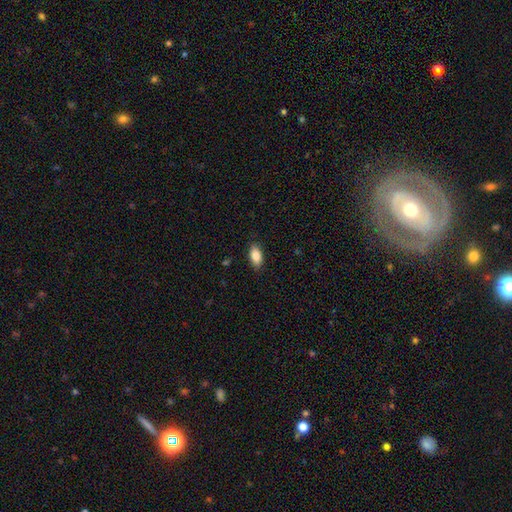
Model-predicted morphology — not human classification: smooth 87%, star or artifact 7%, featured or disk 6%. Down the decision tree: how rounded — in between (91%); merging — none (87%).